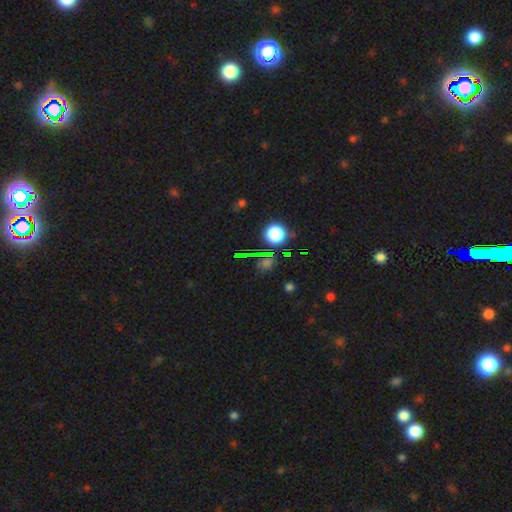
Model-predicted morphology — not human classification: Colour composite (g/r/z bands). It shows a star or artifact, not a galaxy (58%).